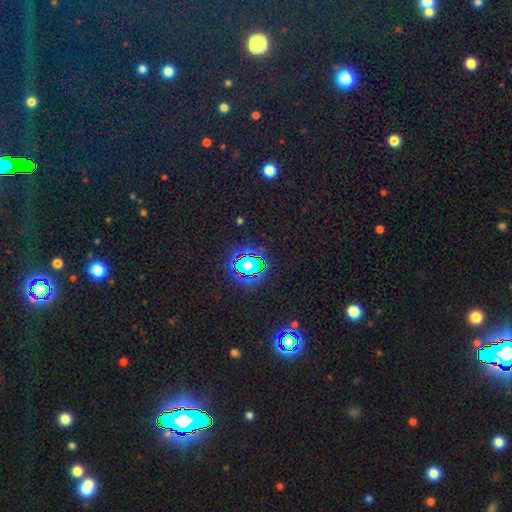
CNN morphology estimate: A star or artifact, not a galaxy (80%).